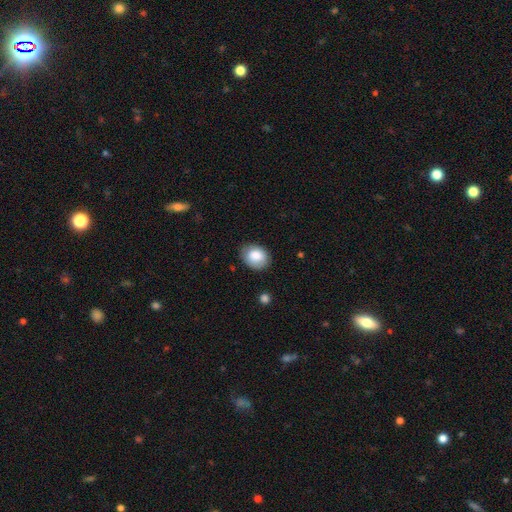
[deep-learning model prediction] Smooth or featured? smooth (85%)
How rounded? in between (60%)
Merging? none (78%)